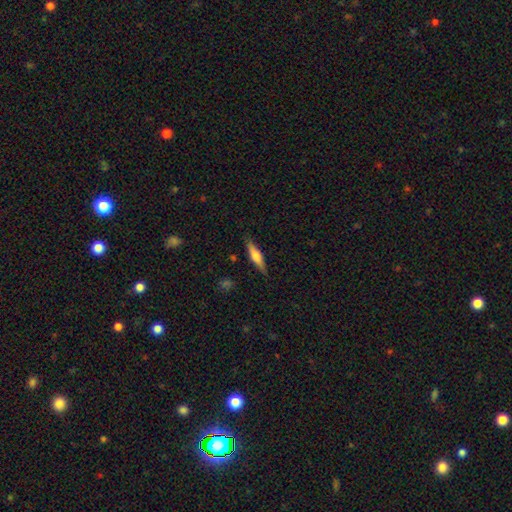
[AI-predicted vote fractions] Smooth or featured? smooth (51%)
How rounded? cigar-shaped (73%)
Merging? none (84%)